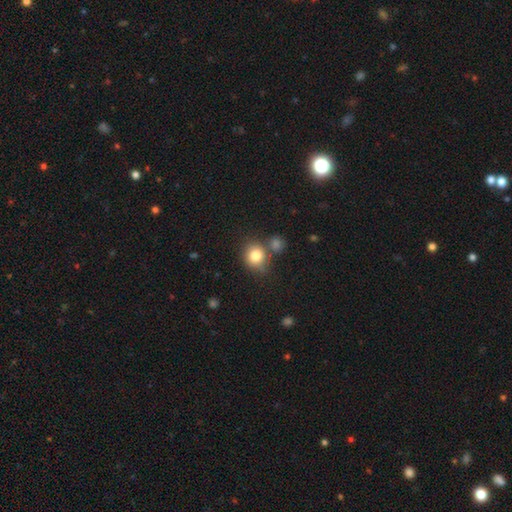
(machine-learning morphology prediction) smooth 82%, star or artifact 10%, featured or disk 8%. Down the decision tree: how rounded — round (79%); merging — none (65%).